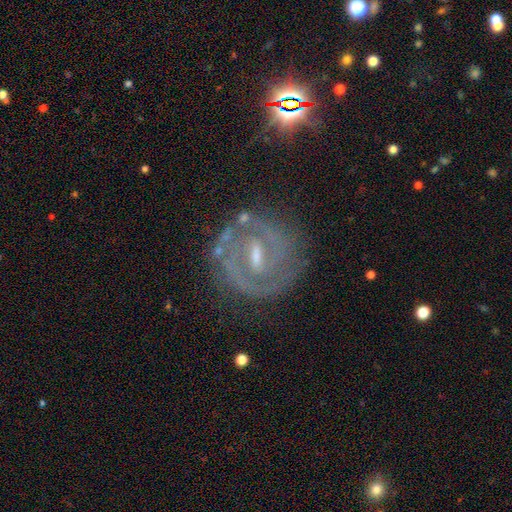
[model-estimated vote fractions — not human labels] Smooth or featured: featured or disk — 83% (star or artifact — 8%)
Edge-on disk: no — 96% (yes — 4%)
Bar: strong — 47% (weak — 43%)
Spiral arms: yes — 91% (no — 9%)
Spiral winding: tight — 63% (medium — 30%)
Spiral arm count: 2 — 69% (can't tell — 16%)
Bulge size: small — 50% (moderate — 36%)
Merging: none — 77% (minor disturbance — 14%)